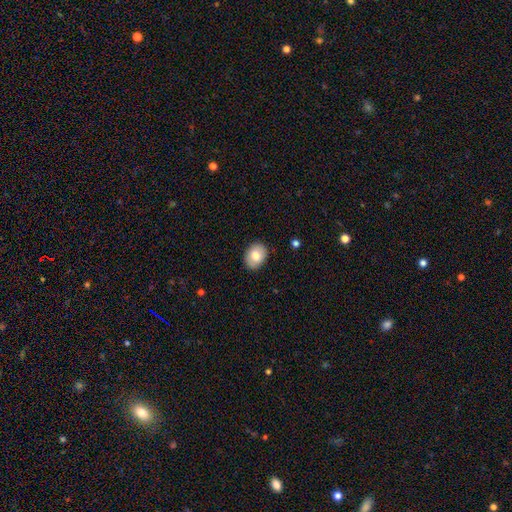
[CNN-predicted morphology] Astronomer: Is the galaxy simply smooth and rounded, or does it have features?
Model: smooth — 79%.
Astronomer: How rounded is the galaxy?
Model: in between — 66%.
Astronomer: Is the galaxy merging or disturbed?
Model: none — 87%.